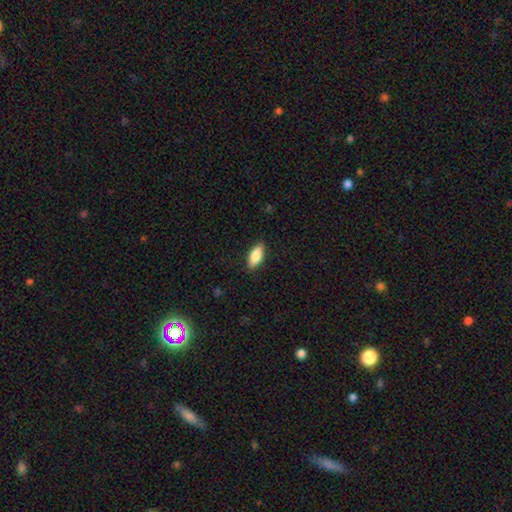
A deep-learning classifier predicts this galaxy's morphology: Q: Smooth or featured?
A: smooth (85%); runner-up: featured or disk (9%)
Q: How rounded?
A: in between (85%); runner-up: cigar-shaped (13%)
Q: Merging?
A: none (87%); runner-up: minor disturbance (9%)